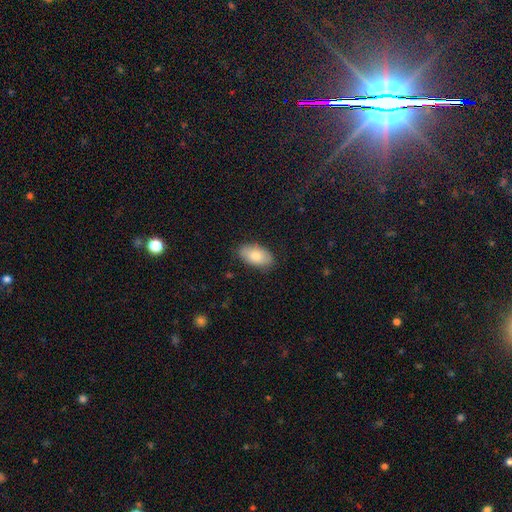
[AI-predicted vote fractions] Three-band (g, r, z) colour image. It shows a smooth galaxy with no disk features (80%) that is in between round and cigar-shaped (94%). Merging: none (84%).